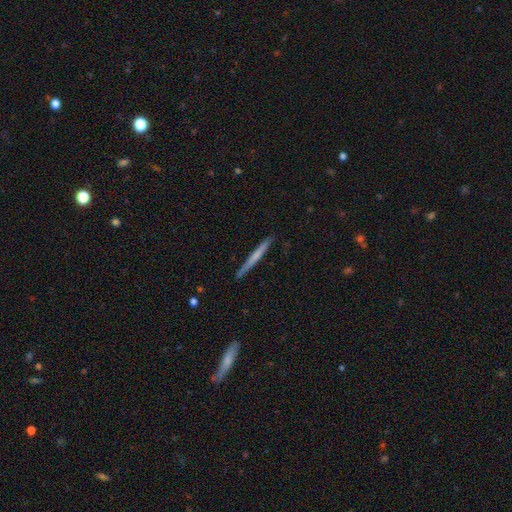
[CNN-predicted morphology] Smooth or featured: smooth — 53% (featured or disk — 42%)
How rounded: cigar-shaped — 97% (in between — 2%)
Merging: none — 90% (minor disturbance — 7%)